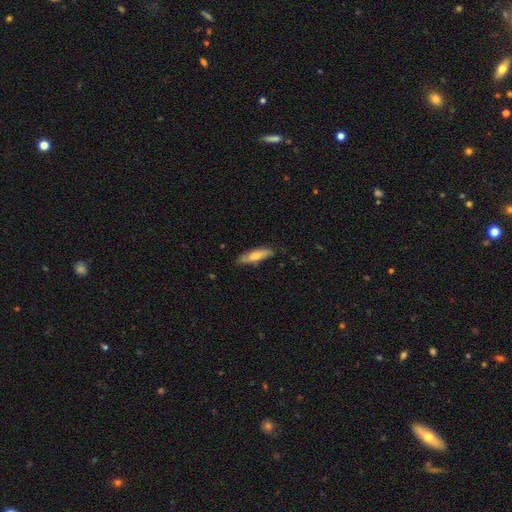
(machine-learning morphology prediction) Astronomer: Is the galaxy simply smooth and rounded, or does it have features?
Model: smooth — 60%.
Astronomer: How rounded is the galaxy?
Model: cigar-shaped — 63%.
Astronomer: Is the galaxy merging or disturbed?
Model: none — 80%.